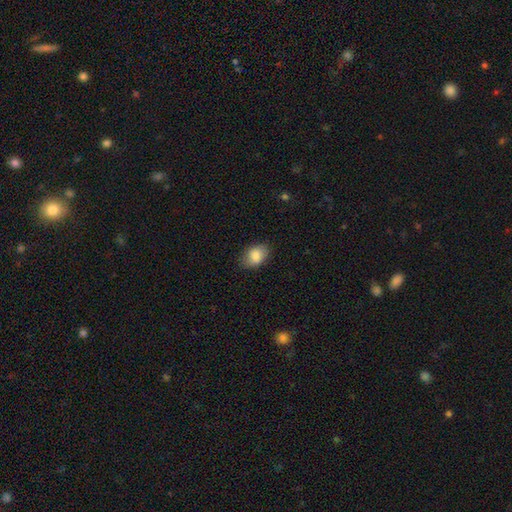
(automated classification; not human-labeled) A smooth galaxy with no disk features (85%) that is in between round and cigar-shaped (77%).

Vote fractions:
- Smooth or featured? smooth: 85% / featured or disk: 8% / star or artifact: 7%
- How rounded? in between: 77% / round: 22% / cigar-shaped: 1%
- Merging? none: 78% / minor disturbance: 17% / major disturbance: 4% / merger: 1%